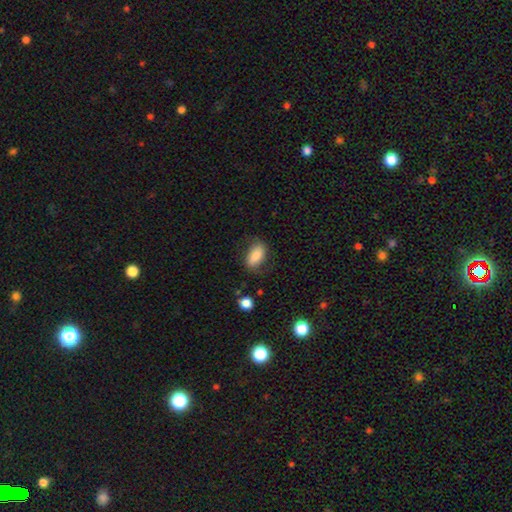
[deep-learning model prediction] The model was most divided on "merging": none: 71%, minor disturbance: 20%, major disturbance: 7%, merger: 2%. More confident: how rounded — in between (89%); smooth or featured — smooth (80%).